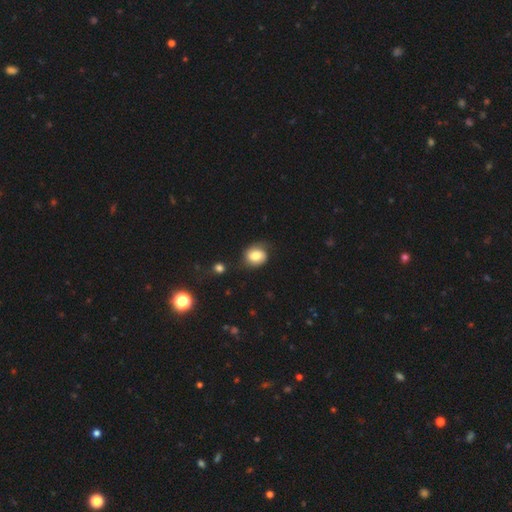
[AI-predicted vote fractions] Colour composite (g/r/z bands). It shows a smooth galaxy with no disk features (68%) that is round (62%). Merging: none (67%).